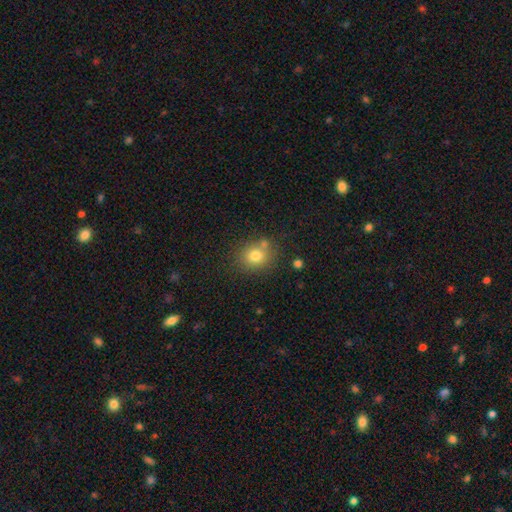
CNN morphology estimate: Smooth or featured?
  - smooth: 77% *
  - star or artifact: 13%
  - featured or disk: 10%
How rounded?
  - round: 74% *
  - in between: 25%
  - cigar-shaped: 1%
Merging?
  - none: 70% *
  - minor disturbance: 13%
  - merger: 13%
  - major disturbance: 4%